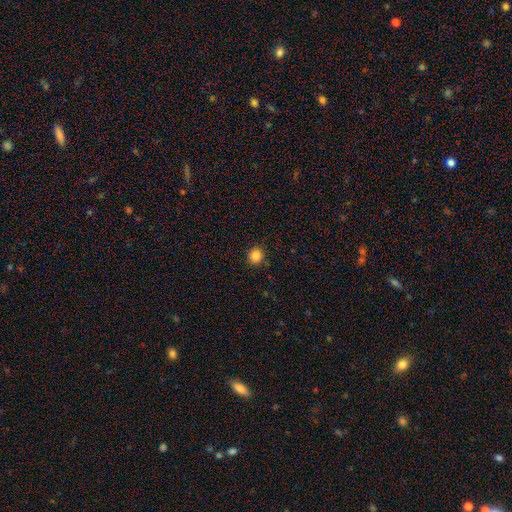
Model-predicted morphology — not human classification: This is clearly a smooth galaxy (86%). How rounded: clearly round (88%). Merging: clearly none (90%).